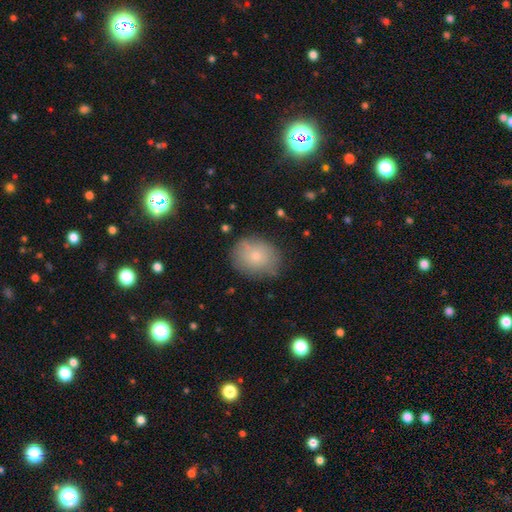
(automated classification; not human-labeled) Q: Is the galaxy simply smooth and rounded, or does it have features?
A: smooth — 72%.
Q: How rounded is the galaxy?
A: round — 54%.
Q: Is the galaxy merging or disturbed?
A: none — 74%.